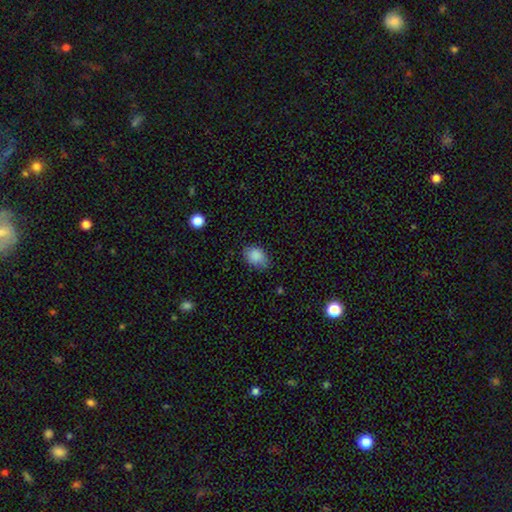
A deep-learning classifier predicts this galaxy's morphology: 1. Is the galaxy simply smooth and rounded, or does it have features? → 86% smooth, 9% star or artifact, 6% featured or disk.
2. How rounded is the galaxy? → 71% in between, 28% round, 1% cigar-shaped.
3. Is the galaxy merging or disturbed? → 68% none, 26% minor disturbance, 5% major disturbance, 1% merger.